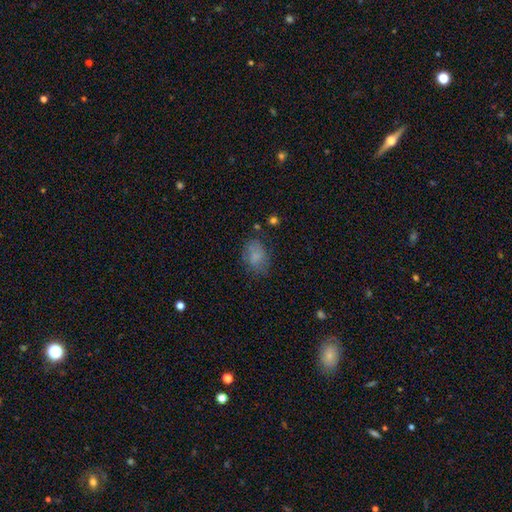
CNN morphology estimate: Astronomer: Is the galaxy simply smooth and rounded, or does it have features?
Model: smooth — 73%.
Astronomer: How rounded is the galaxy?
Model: in between — 73%.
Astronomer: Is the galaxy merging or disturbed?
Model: none — 66%.